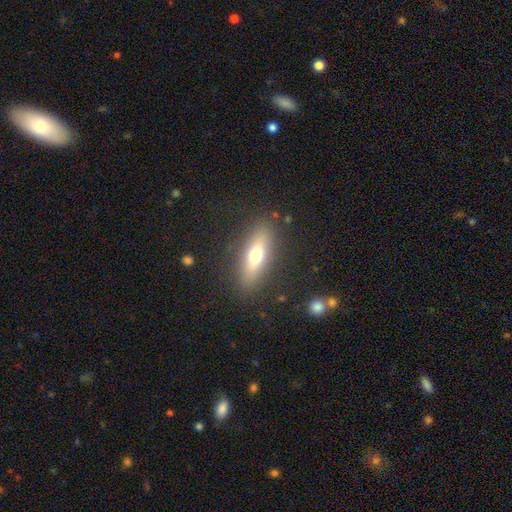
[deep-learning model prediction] Smooth or featured?
  - smooth: 65% *
  - featured or disk: 27%
  - star or artifact: 8%
How rounded?
  - in between: 57% *
  - cigar-shaped: 39%
  - round: 4%
Merging?
  - none: 86% *
  - minor disturbance: 9%
  - major disturbance: 4%
  - merger: 1%